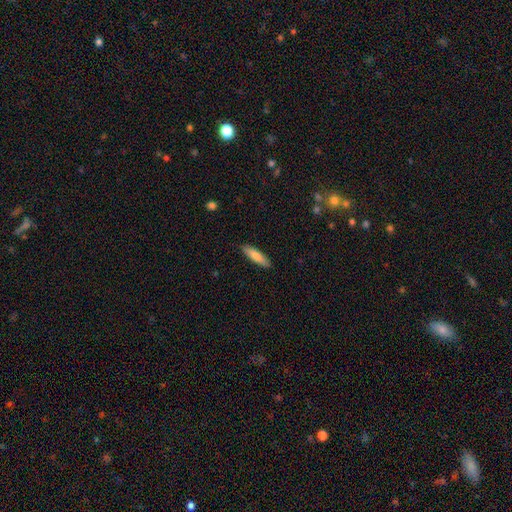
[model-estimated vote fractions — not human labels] Morphology: type=smooth (81%); roundness=cigar-shaped (70%); merging=none (88%).